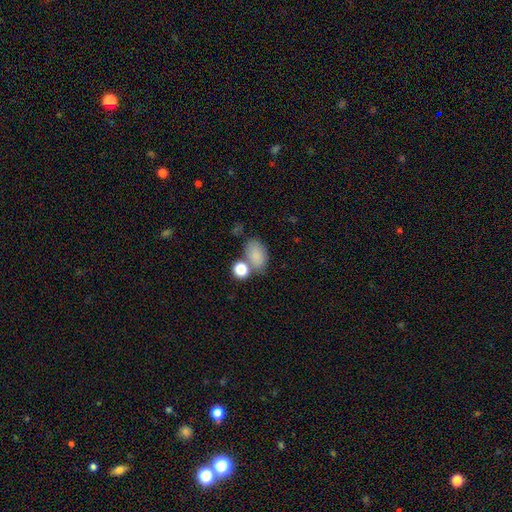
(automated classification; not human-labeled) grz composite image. It shows a smooth galaxy with no disk features (83%) that is in between round and cigar-shaped (86%). Merging: none (55%).